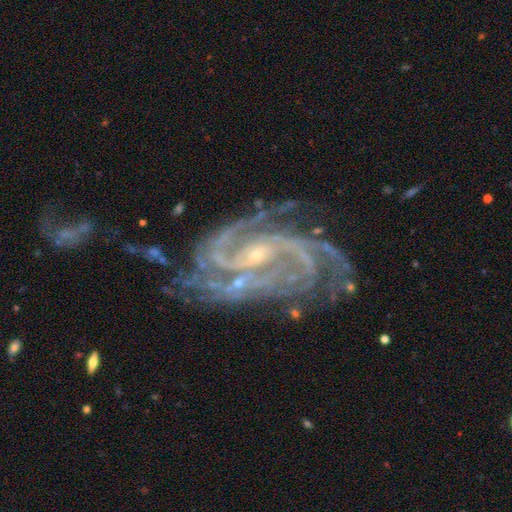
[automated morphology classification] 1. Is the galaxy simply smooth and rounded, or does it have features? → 92% featured or disk, 6% star or artifact, 3% smooth.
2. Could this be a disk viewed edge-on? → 97% no, 3% yes.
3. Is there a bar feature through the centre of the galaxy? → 42% weak, 35% no, 22% strong.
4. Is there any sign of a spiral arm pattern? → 98% yes, 2% no.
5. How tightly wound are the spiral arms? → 51% tight, 40% medium, 9% loose.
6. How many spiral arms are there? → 24% 3 (tied), 24% 2 (tied), 19% 4, 15% can't tell, 10% more than 4, 8% 1.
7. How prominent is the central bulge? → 75% small, 20% moderate, 3% none, 1% large, 1% dominant.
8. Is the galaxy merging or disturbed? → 61% none, 21% minor disturbance, 14% major disturbance, 5% merger.